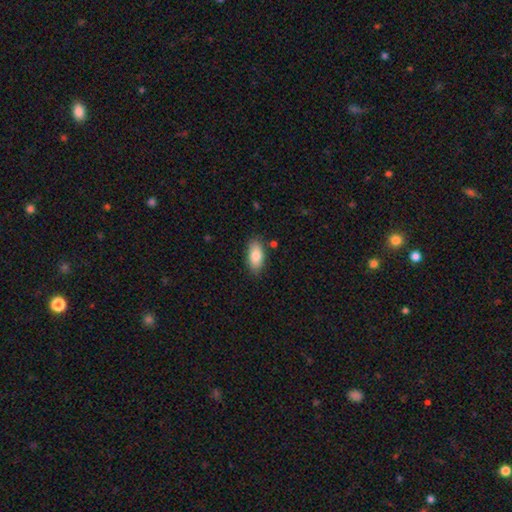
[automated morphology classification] smooth-or-featured: smooth: 84% | featured or disk: 10% | star or artifact: 7%
  how-rounded: in between: 90% | cigar-shaped: 7% | round: 3%
  merging: none: 83% | minor disturbance: 12% | merger: 3% | major disturbance: 2%